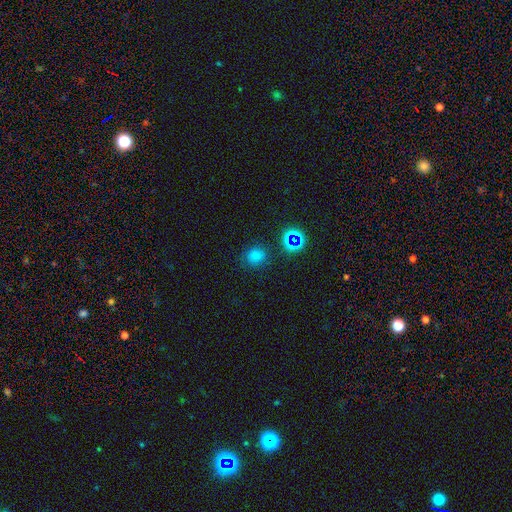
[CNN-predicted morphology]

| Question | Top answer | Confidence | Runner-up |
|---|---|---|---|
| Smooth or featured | smooth | 71% | star or artifact (23%) |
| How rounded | round | 79% | in between (20%) |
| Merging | none | 77% | minor disturbance (14%) |